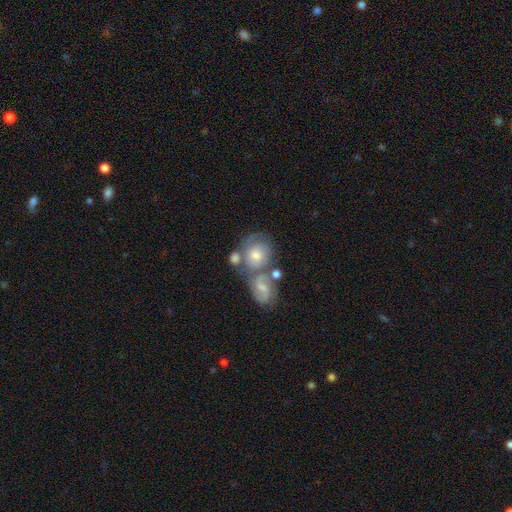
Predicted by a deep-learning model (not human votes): Overall: featured or disk (55%; smooth 36%). Edge-on disk: no (96%). Bar: no (64%; weak 29%). Spiral arms: yes (80%). Bulge size: moderate (50%; small 39%). Merging: merger (45%; none 36%).